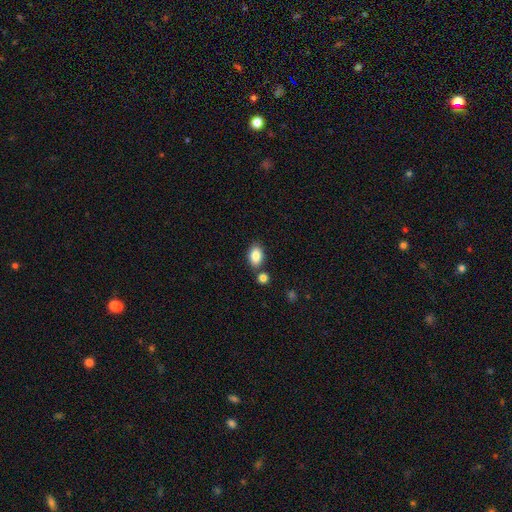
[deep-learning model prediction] smooth_or_featured: smooth (p=0.86) [alt: star or artifact p=0.08]
how_rounded: in between (p=0.86) [alt: round p=0.13]
merging: none (p=0.74) [alt: merger p=0.12]